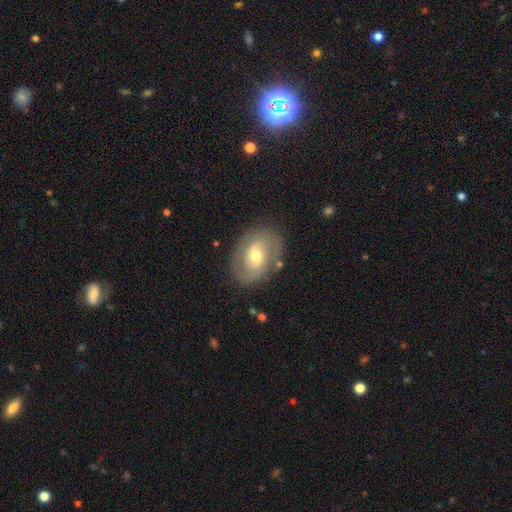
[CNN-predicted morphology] The model was most divided on "bar": no: 58%, weak: 32%, strong: 10%. More confident: edge-on disk — no (96%); merging — none (78%); spiral arms — yes (74%); smooth or featured — featured or disk (69%); bulge size — moderate (64%).